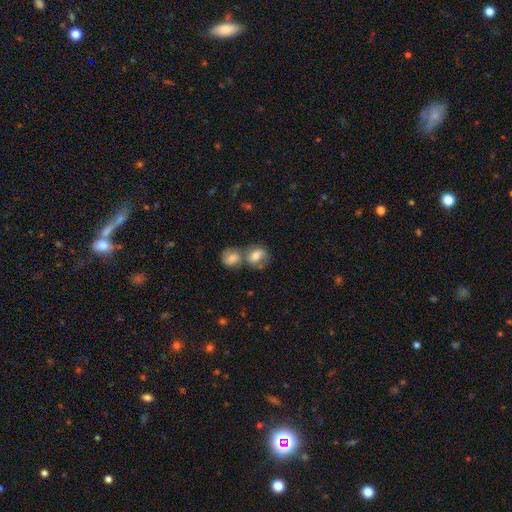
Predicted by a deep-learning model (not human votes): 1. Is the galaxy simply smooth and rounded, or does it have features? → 61% smooth, 30% featured or disk, 9% star or artifact.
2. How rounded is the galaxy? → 63% in between, 35% round, 2% cigar-shaped.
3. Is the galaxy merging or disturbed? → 59% merger, 26% none, 10% minor disturbance, 6% major disturbance.